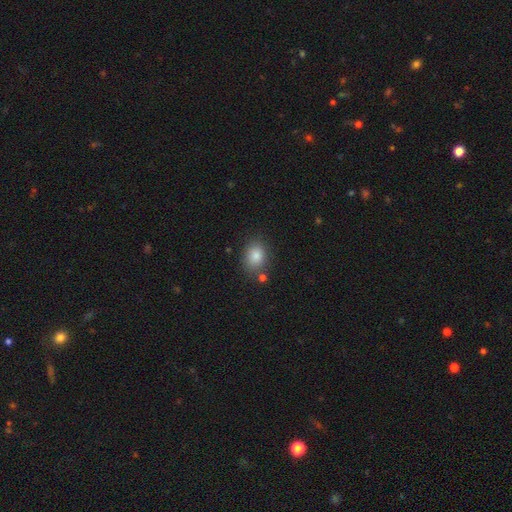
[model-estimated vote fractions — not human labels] The model was most divided on "how rounded": in between: 60%, round: 39%, cigar-shaped: 1%. More confident: smooth or featured — smooth (83%); merging — none (78%).